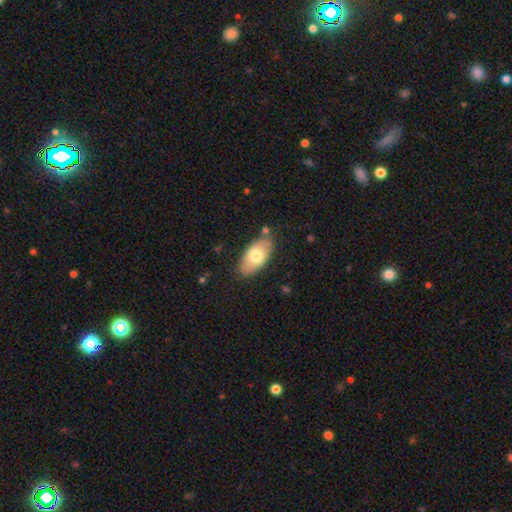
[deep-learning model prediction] Morphology: type=smooth (69%); roundness=in between (92%); merging=none (79%).